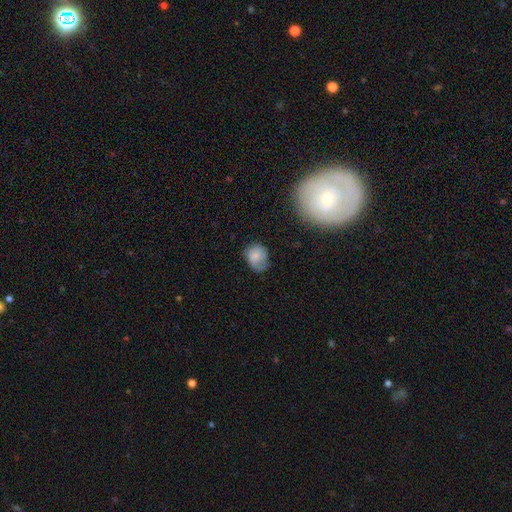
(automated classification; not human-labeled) smooth-or-featured: smooth: 72% | featured or disk: 19% | star or artifact: 9%
  how-rounded: round: 52% | in between: 46% | cigar-shaped: 1%
  merging: none: 54% | minor disturbance: 32% | major disturbance: 12% | merger: 2%